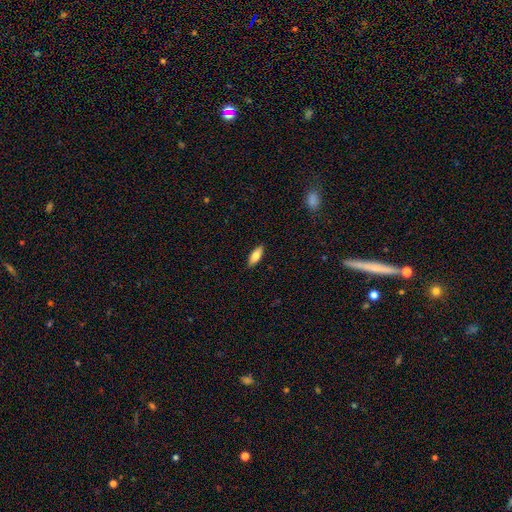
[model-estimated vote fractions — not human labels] Smooth or featured? smooth (77%)
How rounded? in between (77%)
Merging? none (89%)